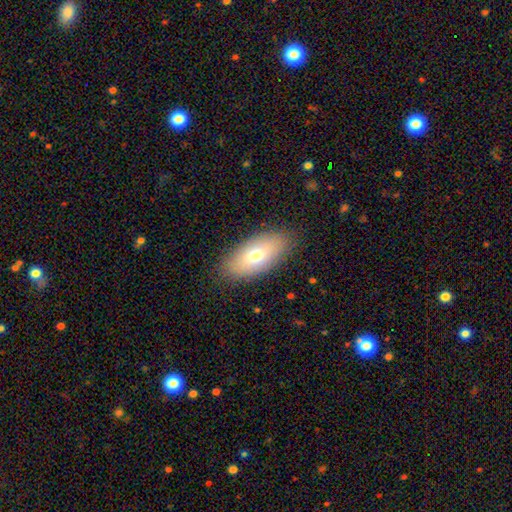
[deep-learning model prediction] Smooth or featured: smooth — 70% (featured or disk — 23%)
How rounded: in between — 87% (cigar-shaped — 9%)
Merging: none — 86% (minor disturbance — 10%)